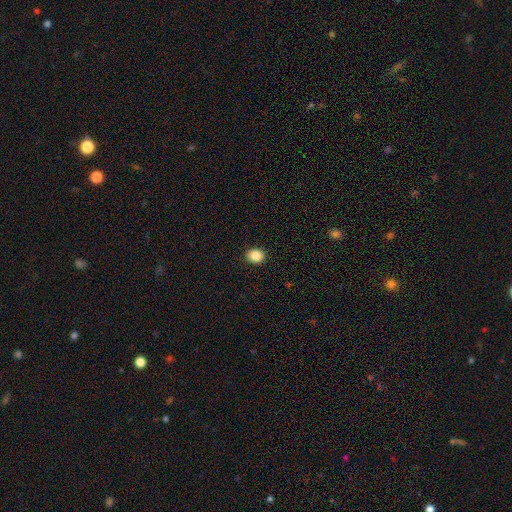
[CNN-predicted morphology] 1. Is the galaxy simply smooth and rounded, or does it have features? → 88% smooth, 9% star or artifact, 3% featured or disk.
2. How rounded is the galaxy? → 72% round, 27% in between, 1% cigar-shaped.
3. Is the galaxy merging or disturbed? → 90% none, 7% minor disturbance, 2% major disturbance, 1% merger.